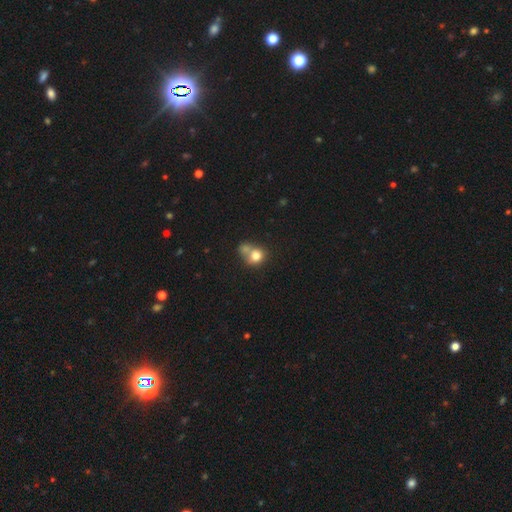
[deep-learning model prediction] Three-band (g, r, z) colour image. It shows a smooth galaxy with no disk features (76%) that is round (72%). Merging: merger (51%).